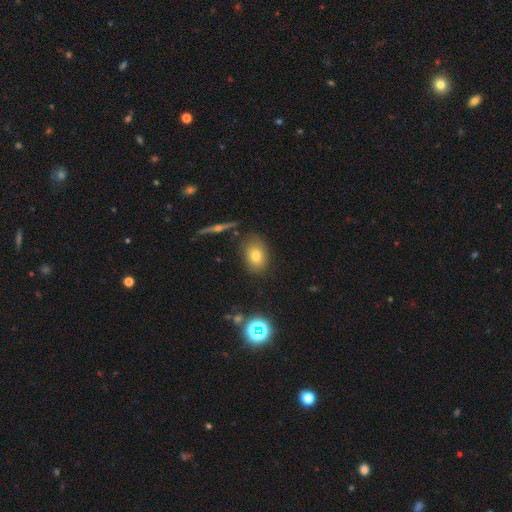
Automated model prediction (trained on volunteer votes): Morphology: type=smooth (73%); roundness=in between (71%); merging=none (81%).